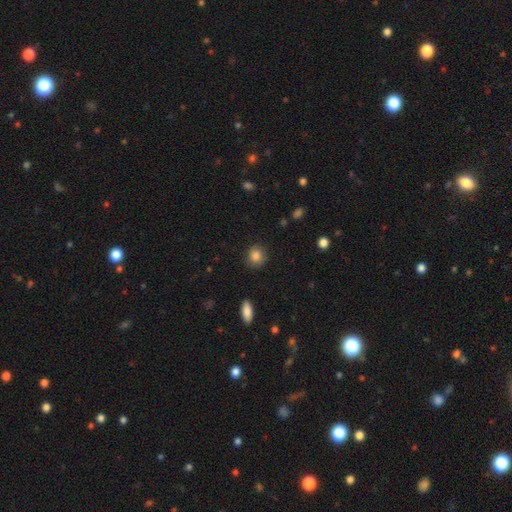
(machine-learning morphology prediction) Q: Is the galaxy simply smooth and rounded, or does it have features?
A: smooth — 85%.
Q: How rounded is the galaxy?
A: round — 77%.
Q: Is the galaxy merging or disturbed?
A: none — 86%.